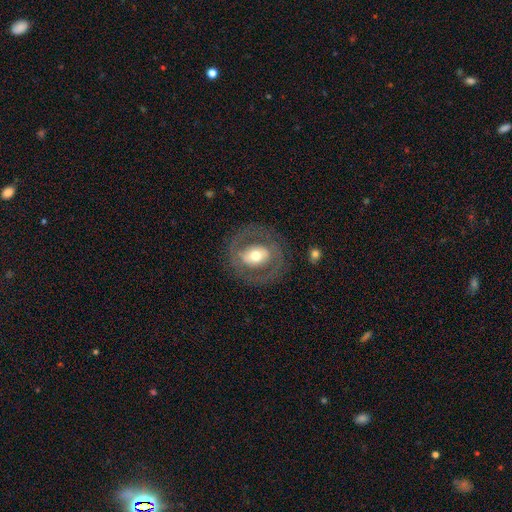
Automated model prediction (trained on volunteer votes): Smooth or featured?
  - featured or disk: 62% *
  - smooth: 32%
  - star or artifact: 6%
Edge-on disk?
  - no: 94% *
  - yes: 6%
Bar?
  - no: 48% *
  - weak: 27%
  - strong: 25%
Spiral arms?
  - no: 71% *
  - yes: 29%
Bulge size?
  - moderate: 65% *
  - large: 17%
  - small: 15%
  - dominant: 2%
  - none: 1%
Merging?
  - none: 79% *
  - minor disturbance: 10%
  - major disturbance: 9%
  - merger: 1%